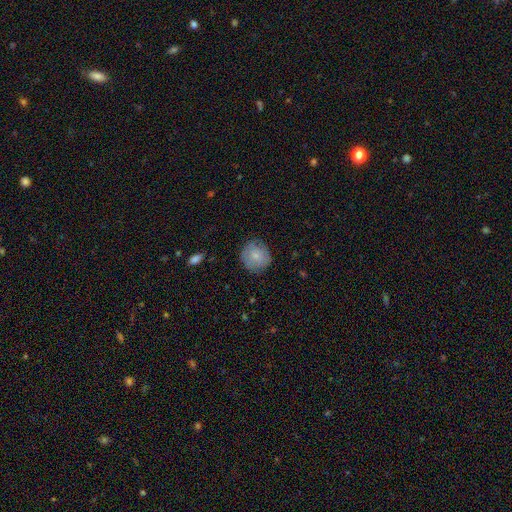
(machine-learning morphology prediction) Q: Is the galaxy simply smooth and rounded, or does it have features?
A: smooth — 74%.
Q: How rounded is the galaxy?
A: round — 89%.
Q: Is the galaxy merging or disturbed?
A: none — 79%.